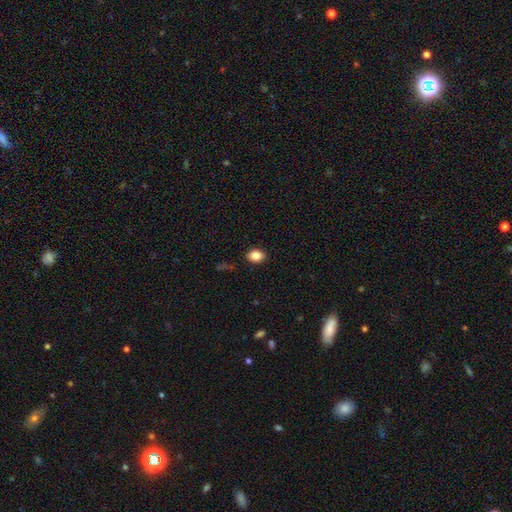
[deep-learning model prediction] Smooth or featured: smooth — 84% (star or artifact — 10%)
How rounded: in between — 66% (round — 33%)
Merging: none — 88% (minor disturbance — 9%)